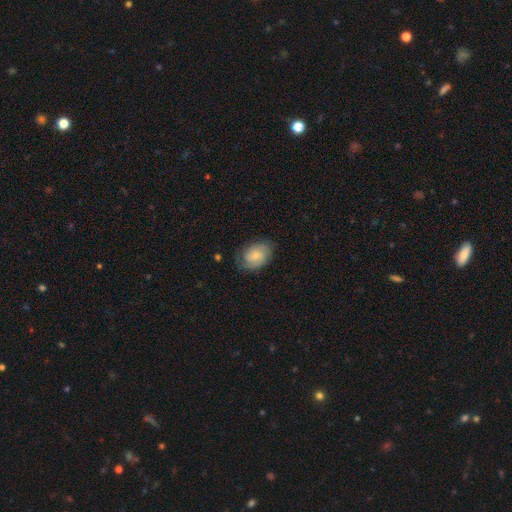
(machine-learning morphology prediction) A smooth galaxy with no disk features (50%) that is in between round and cigar-shaped (71%). Merging: none (71%).